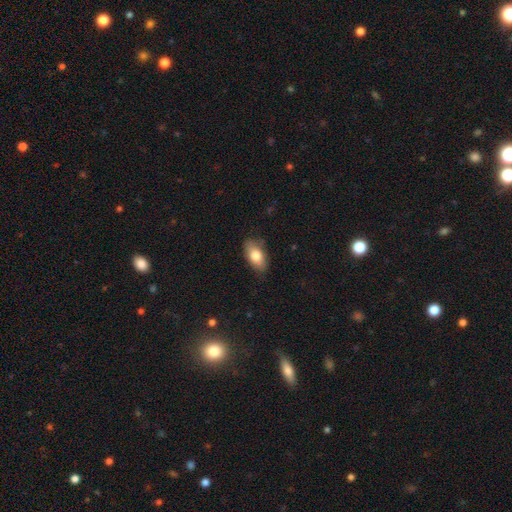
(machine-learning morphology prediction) A smooth galaxy with no disk features (80%) that is in between round and cigar-shaped (91%). Merging: none (80%).